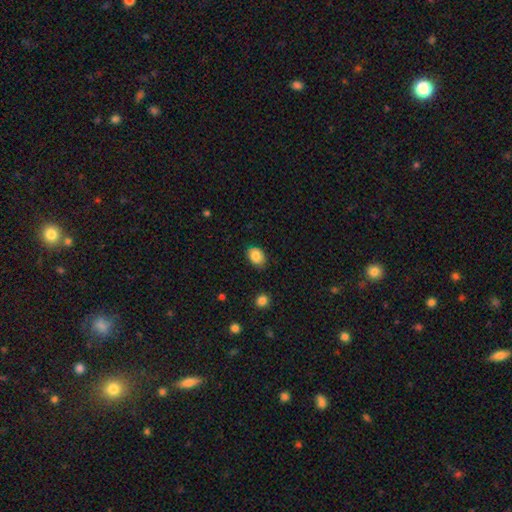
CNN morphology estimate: smooth-or-featured: smooth: 85% | star or artifact: 9% | featured or disk: 6%
  how-rounded: in between: 68% | round: 31% | cigar-shaped: 1%
  merging: none: 81% | minor disturbance: 15% | major disturbance: 3% | merger: 1%